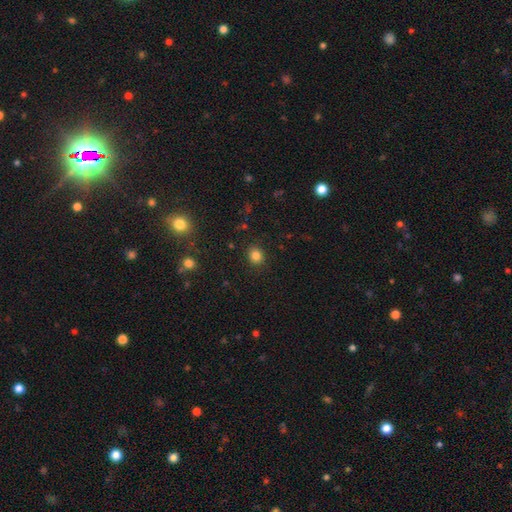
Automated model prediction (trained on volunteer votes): The model was most divided on "how rounded": round: 73%, in between: 26%, cigar-shaped: 1%. More confident: merging — none (88%); smooth or featured — smooth (83%).